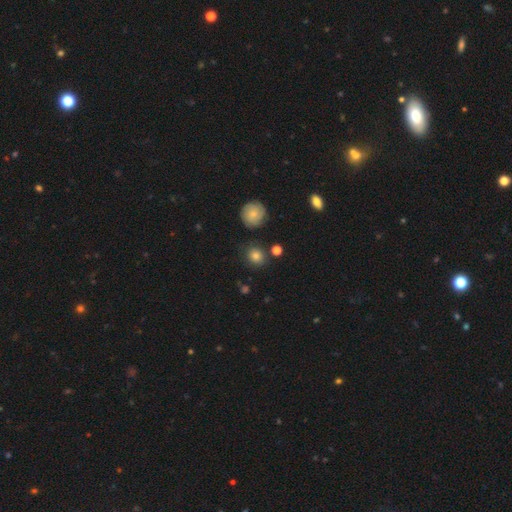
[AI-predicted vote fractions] smooth_or_featured: smooth (p=0.79) [alt: star or artifact p=0.11]
how_rounded: round (p=0.82) [alt: in between p=0.17]
merging: none (p=0.81) [alt: minor disturbance p=0.11]